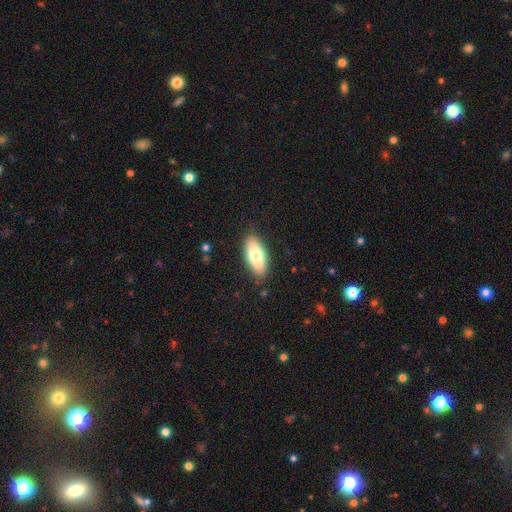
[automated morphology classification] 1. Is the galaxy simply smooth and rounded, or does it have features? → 76% smooth, 18% featured or disk, 6% star or artifact.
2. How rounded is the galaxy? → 84% in between, 14% cigar-shaped, 2% round.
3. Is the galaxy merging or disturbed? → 86% none, 10% minor disturbance, 2% major disturbance, 1% merger.